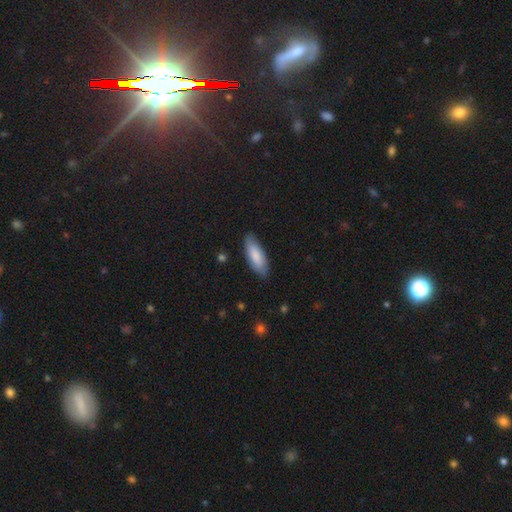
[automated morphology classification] A smooth galaxy with no disk features (83%) that is in between round and cigar-shaped (70%). Merging: none (84%).